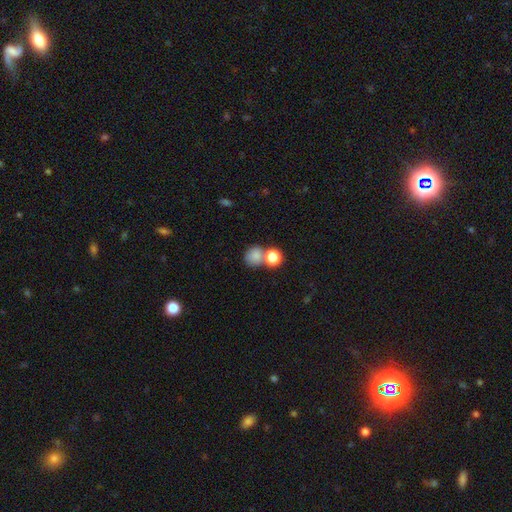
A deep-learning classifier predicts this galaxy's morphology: The model was most divided on "merging": none: 51%, merger: 35%, minor disturbance: 10%, major disturbance: 4%. More confident: smooth or featured — smooth (81%); how rounded — round (78%).